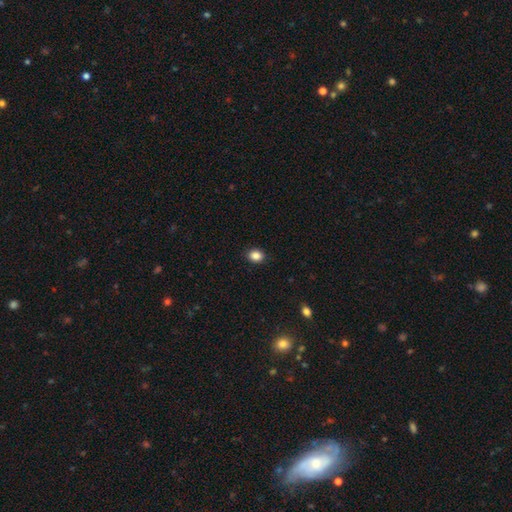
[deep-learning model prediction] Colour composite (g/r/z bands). It shows a smooth galaxy with no disk features (87%) that is in between round and cigar-shaped (54%). Merging: none (90%).